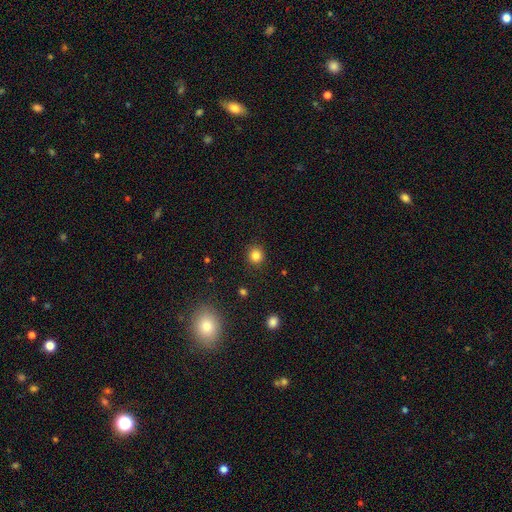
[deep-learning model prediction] This appears to be a smooth galaxy with no disk features (83%) that is round (90%). Merging: none (90%).